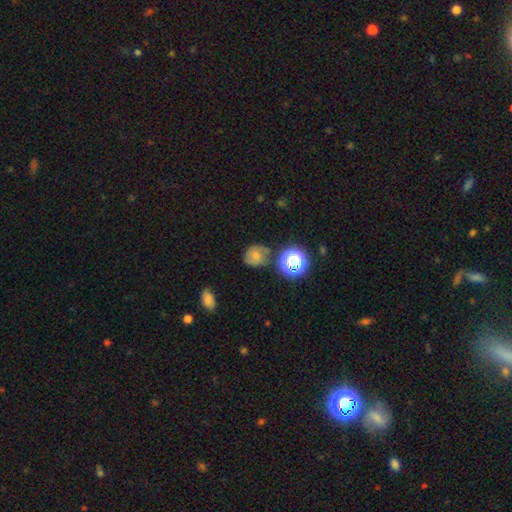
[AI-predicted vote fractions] Smooth or featured? Predicted: smooth (p=0.62). How rounded? Predicted: round (p=0.79). Merging? Predicted: none (p=0.66).